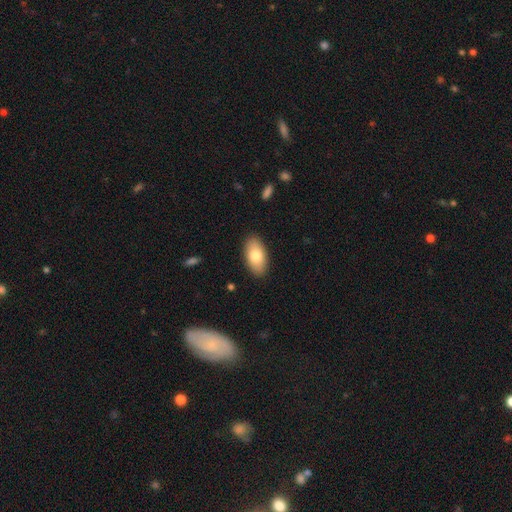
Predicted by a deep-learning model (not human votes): Smooth or featured: smooth — 78% (featured or disk — 16%)
How rounded: in between — 94% (round — 3%)
Merging: none — 89% (minor disturbance — 8%)